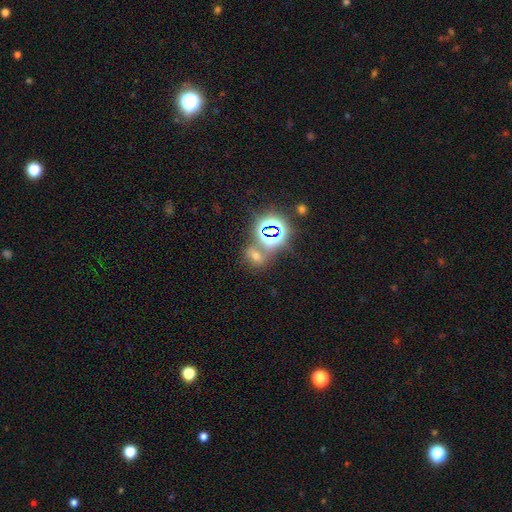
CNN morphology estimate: A star or artifact, not a galaxy (48%).

Vote fractions:
- Smooth or featured? star or artifact: 48% / smooth: 41% / featured or disk: 11%